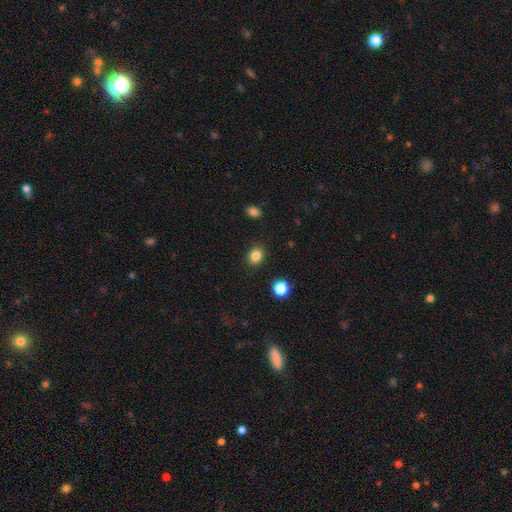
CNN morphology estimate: smooth-or-featured: smooth: 84% | star or artifact: 11% | featured or disk: 5%
  how-rounded: round: 54% | in between: 45% | cigar-shaped: 1%
  merging: none: 88% | minor disturbance: 8% | major disturbance: 2% | merger: 2%